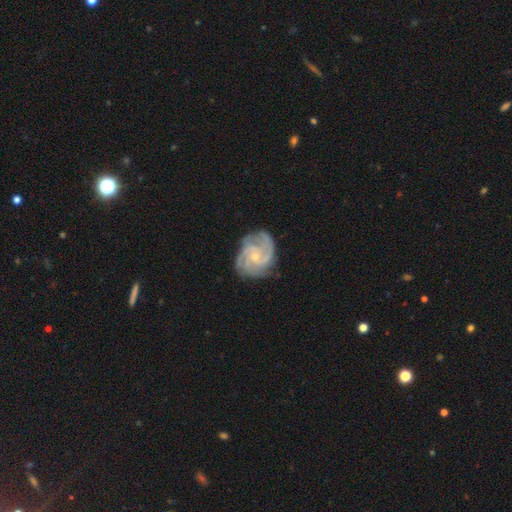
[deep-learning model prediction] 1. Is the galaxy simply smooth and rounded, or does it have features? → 89% featured or disk, 6% smooth, 5% star or artifact.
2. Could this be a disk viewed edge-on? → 98% no, 2% yes.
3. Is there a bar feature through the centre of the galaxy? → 67% no, 28% weak, 5% strong.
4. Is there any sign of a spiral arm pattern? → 98% yes, 2% no.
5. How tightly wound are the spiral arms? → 55% tight, 39% medium, 6% loose.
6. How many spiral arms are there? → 41% 3, 19% 4, 16% 2, 13% can't tell, 6% more than 4, 6% 1.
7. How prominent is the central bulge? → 72% small, 24% moderate, 2% none, 1% large, 1% dominant.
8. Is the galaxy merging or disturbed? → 75% none, 18% minor disturbance, 6% major disturbance, 1% merger.